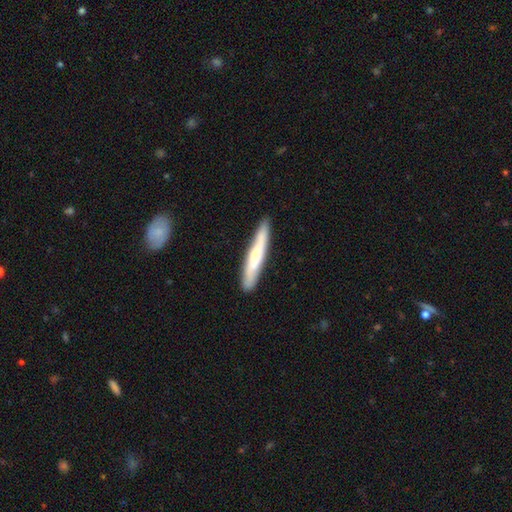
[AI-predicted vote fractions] The model was most divided on "smooth or featured": smooth: 56%, featured or disk: 39%, star or artifact: 6%. More confident: how rounded — cigar-shaped (93%); merging — none (88%).